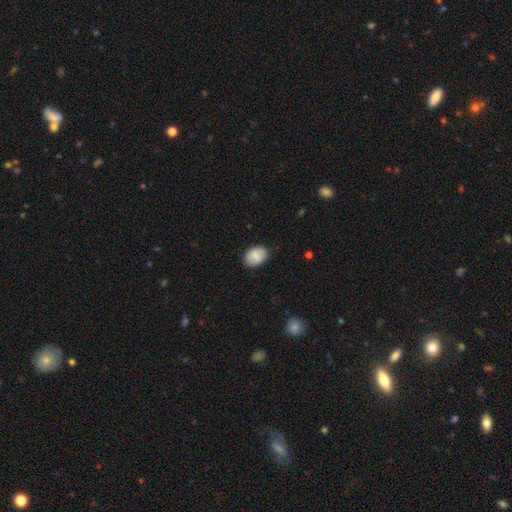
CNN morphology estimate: The model was most divided on "how rounded": in between: 76%, round: 23%, cigar-shaped: 1%. More confident: merging — none (84%); smooth or featured — smooth (77%).